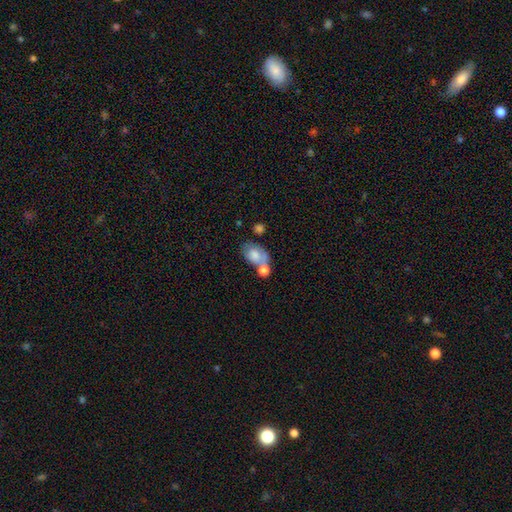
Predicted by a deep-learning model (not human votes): This appears to be a smooth galaxy with no disk features (69%) that is in between round and cigar-shaped (83%). Merging: merger (39%).